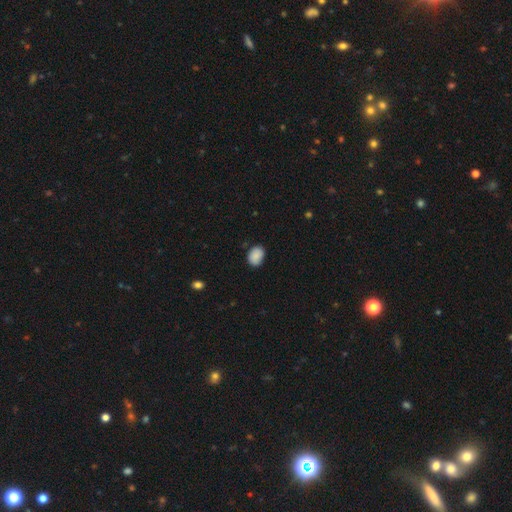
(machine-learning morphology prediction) A smooth galaxy with no disk features (88%) that is in between round and cigar-shaped (74%). Merging: none (81%).